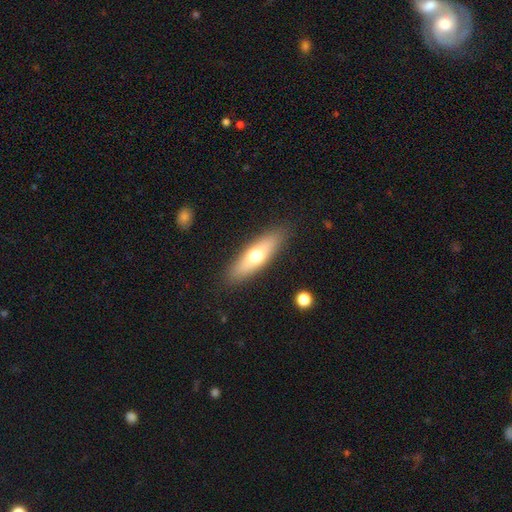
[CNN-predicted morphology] A smooth galaxy with no disk features (60%) that is cigar-shaped (53%). Merging: none (88%).